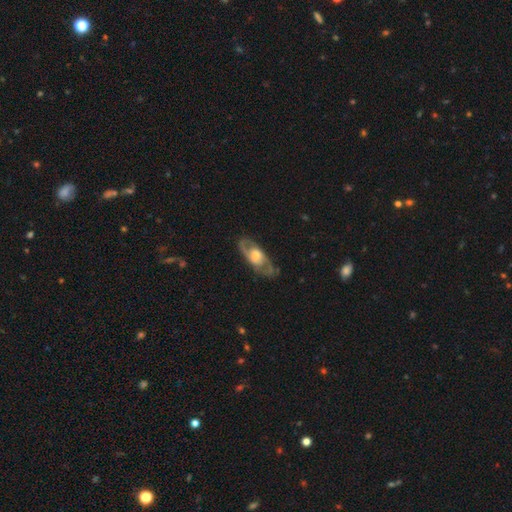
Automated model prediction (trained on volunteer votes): Smooth or featured? featured or disk (75%)
Edge-on disk? no (86%)
Bar? no (66%)
Spiral arms? yes (80%)
Spiral winding? medium (51%)
Spiral arm count? 2 (84%)
Bulge size? moderate (49%)
Merging? none (79%)